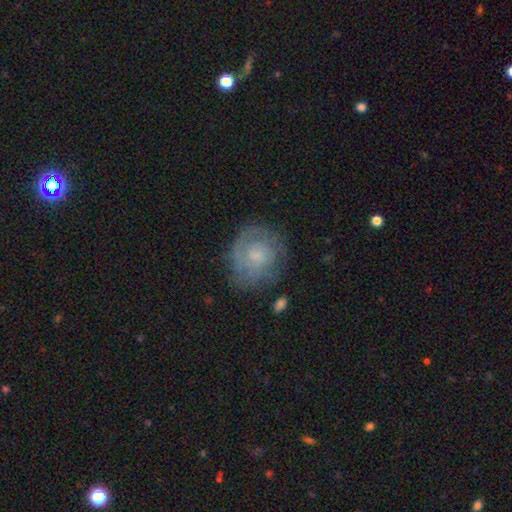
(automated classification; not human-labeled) A featured or disk galaxy (60%) with no bar (76%), spiral arms (82%) and a small central bulge (55%).

Vote fractions:
- Smooth or featured? featured or disk: 60% / smooth: 31% / star or artifact: 9%
- Edge-on disk? no: 97% / yes: 3%
- Bar? no: 76% / weak: 21% / strong: 3%
- Spiral arms? yes: 82% / no: 18%
- Bulge size? small: 55% / moderate: 31% / none: 9% / large: 3% / dominant: 1%
- Merging? none: 74% / minor disturbance: 17% / major disturbance: 7% / merger: 2%